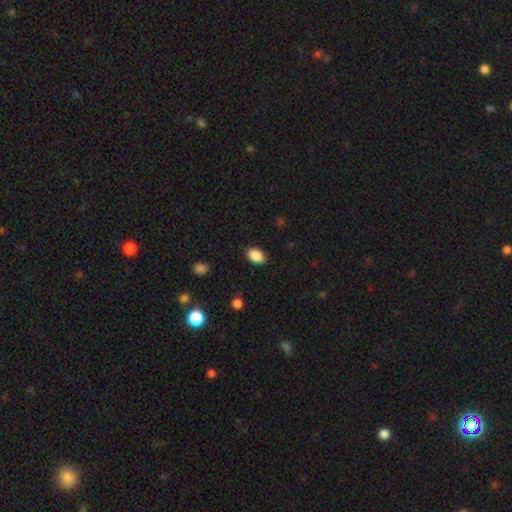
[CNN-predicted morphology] The model was most divided on "how rounded": in between: 85%, round: 14%, cigar-shaped: 1%. More confident: smooth or featured — smooth (89%); merging — none (87%).